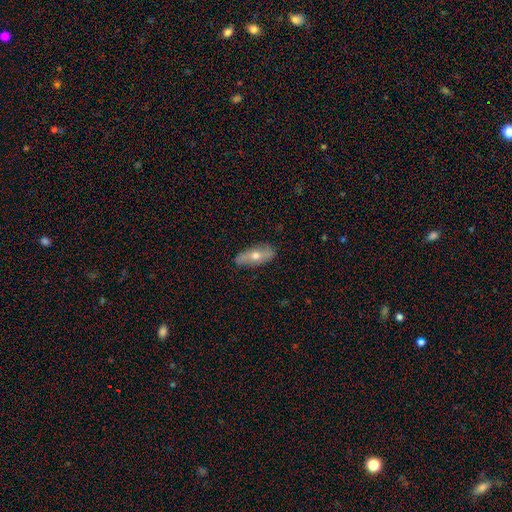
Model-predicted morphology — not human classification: This appears to be a smooth galaxy with no disk features (48%). Merging: none (83%).